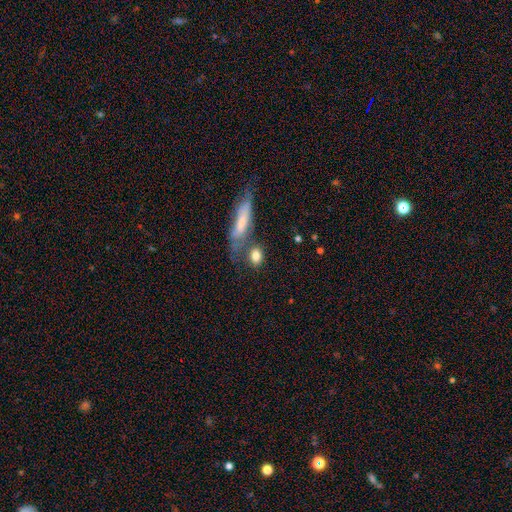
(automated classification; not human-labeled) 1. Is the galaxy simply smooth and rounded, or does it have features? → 81% smooth, 11% featured or disk, 8% star or artifact.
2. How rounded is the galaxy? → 51% in between, 35% round, 14% cigar-shaped.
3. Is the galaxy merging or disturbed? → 59% none, 18% merger, 15% minor disturbance, 8% major disturbance.